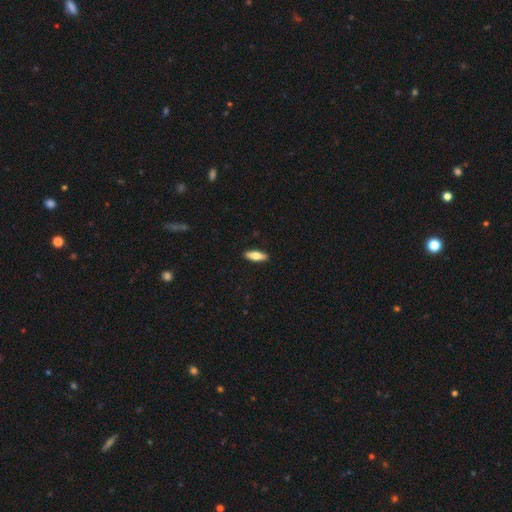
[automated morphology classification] Smooth or featured?
  - smooth: 66% *
  - featured or disk: 29%
  - star or artifact: 6%
How rounded?
  - in between: 57% *
  - cigar-shaped: 40%
  - round: 3%
Merging?
  - none: 91% *
  - minor disturbance: 6%
  - major disturbance: 1%
  - merger: 1%